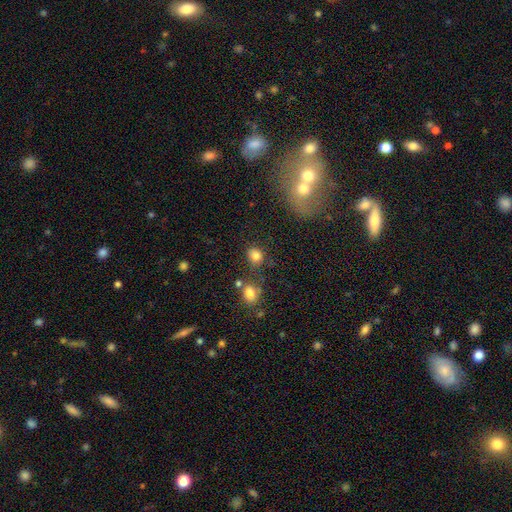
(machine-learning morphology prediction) This is clearly a smooth galaxy (82%). How rounded: likely round (61%). Merging: likely none (69%).